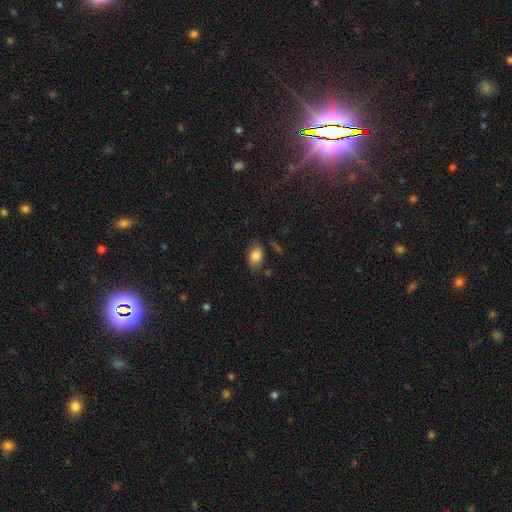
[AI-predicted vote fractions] This is clearly a smooth galaxy (82%). How rounded: clearly in between (82%). Merging: likely none (67%).